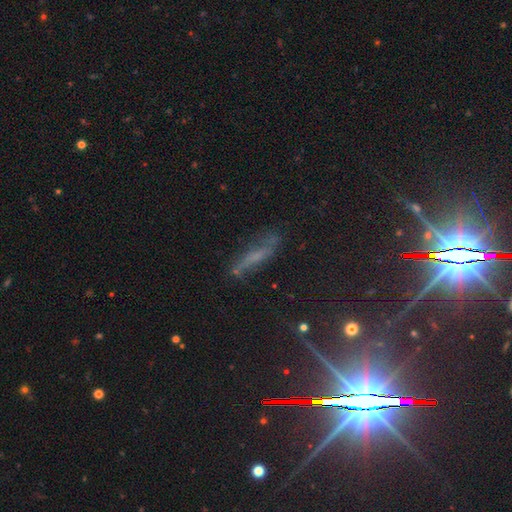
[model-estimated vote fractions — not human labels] Morphology: type=featured or disk (42%); merging=none (63%).